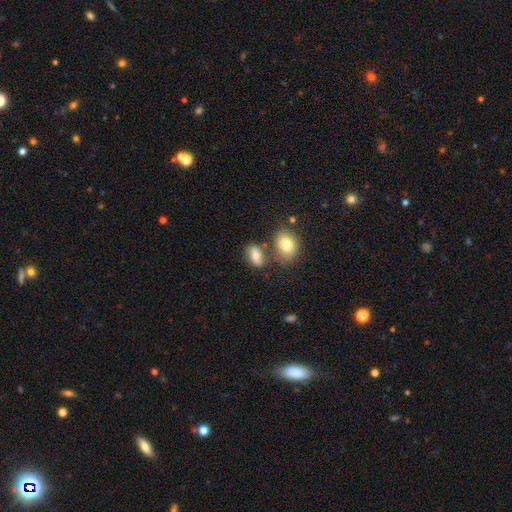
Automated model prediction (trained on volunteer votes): smooth-or-featured: smooth: 74% | featured or disk: 16% | star or artifact: 10%
  how-rounded: in between: 83% | round: 12% | cigar-shaped: 5%
  merging: none: 63% | merger: 16% | minor disturbance: 16% | major disturbance: 5%